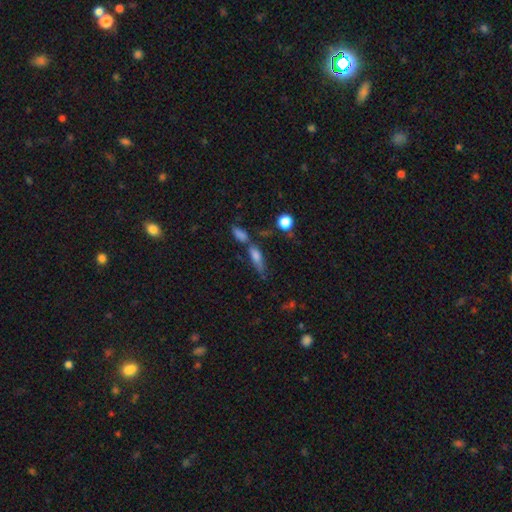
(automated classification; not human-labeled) smooth-or-featured: smooth: 62% | featured or disk: 25% | star or artifact: 13%
  how-rounded: cigar-shaped: 53% | in between: 42% | round: 5%
  merging: none: 44% | merger: 32% | minor disturbance: 16% | major disturbance: 8%